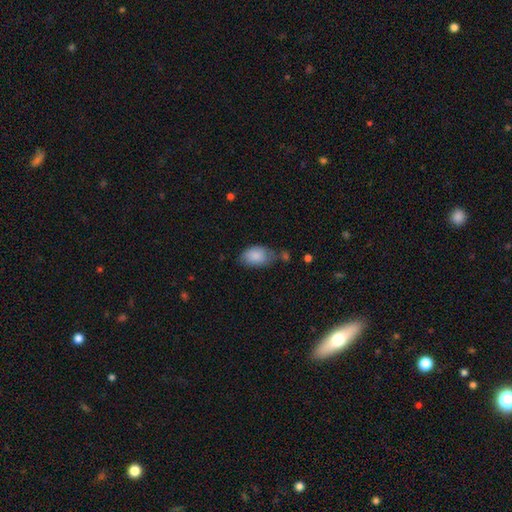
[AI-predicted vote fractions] Smooth or featured? Predicted: smooth (p=0.85). How rounded? Predicted: in between (p=0.90). Merging? Predicted: none (p=0.55).